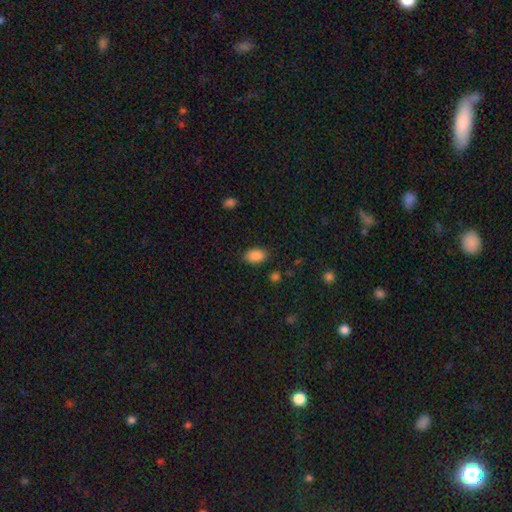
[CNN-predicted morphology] Q: Smooth or featured?
A: smooth (88%); runner-up: star or artifact (8%)
Q: How rounded?
A: in between (89%); runner-up: round (9%)
Q: Merging?
A: none (85%); runner-up: minor disturbance (10%)